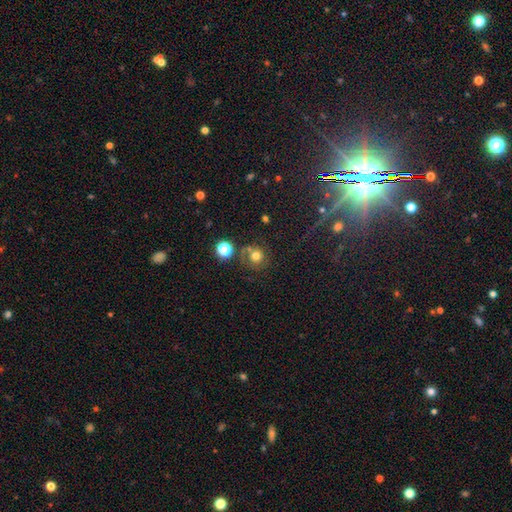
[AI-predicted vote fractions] Overall: smooth (68%). How rounded: round (88%). Merging: none (62%).